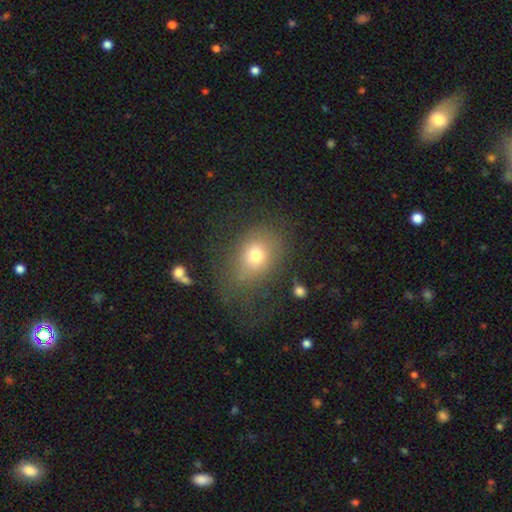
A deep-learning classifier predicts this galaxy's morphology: A smooth galaxy with no disk features (71%) that is in between round and cigar-shaped (55%). Merging: none (53%).